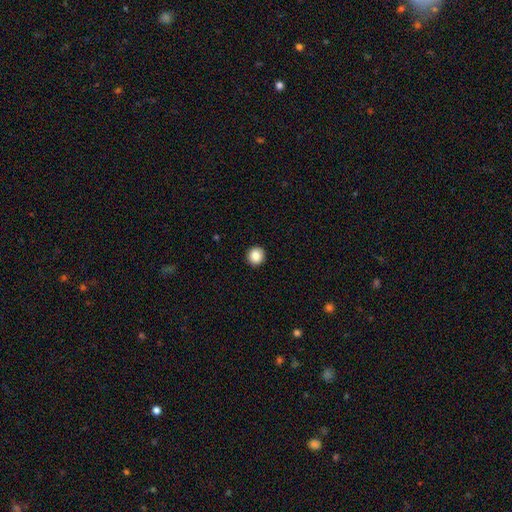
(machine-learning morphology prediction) Smooth or featured? smooth (88%)
How rounded? round (94%)
Merging? none (93%)